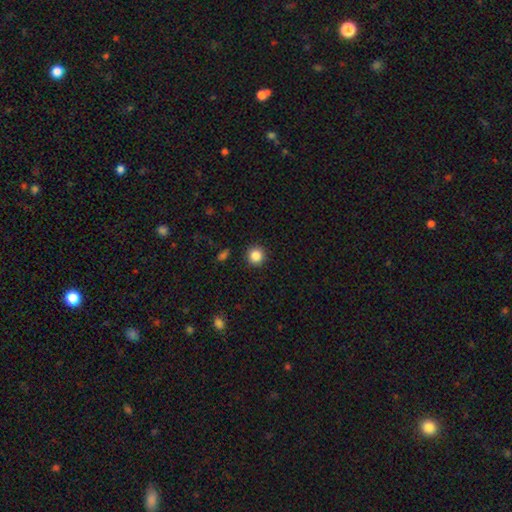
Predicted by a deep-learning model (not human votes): Overall: smooth (86%). How rounded: round (94%). Merging: none (92%).